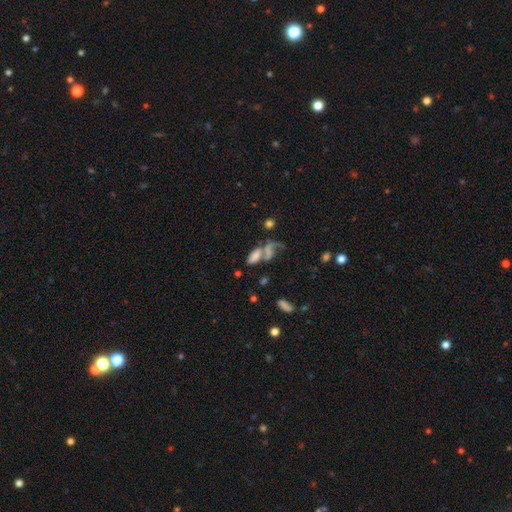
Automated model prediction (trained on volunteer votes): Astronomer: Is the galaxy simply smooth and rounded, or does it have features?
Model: smooth — 62%.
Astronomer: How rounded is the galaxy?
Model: in between — 79%.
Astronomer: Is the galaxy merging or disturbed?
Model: merger — 50%.